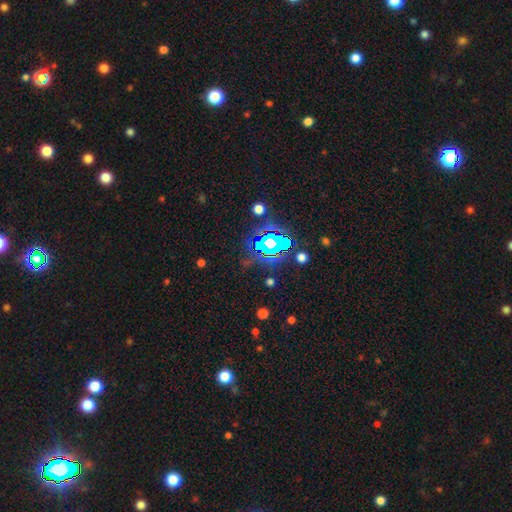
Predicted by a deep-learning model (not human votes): Smooth or featured? Predicted: star or artifact (p=0.83).